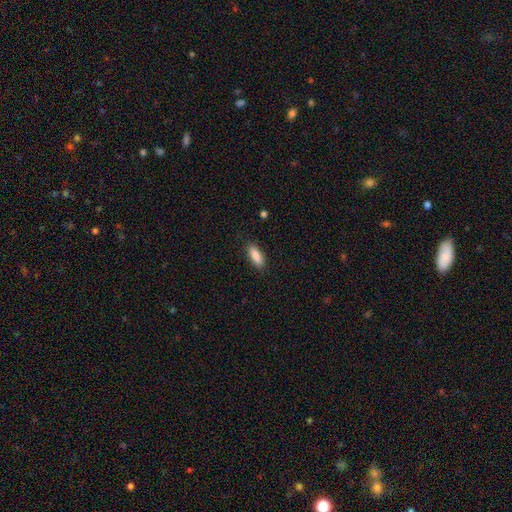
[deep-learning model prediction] Smooth or featured? smooth (89%)
How rounded? in between (71%)
Merging? none (88%)